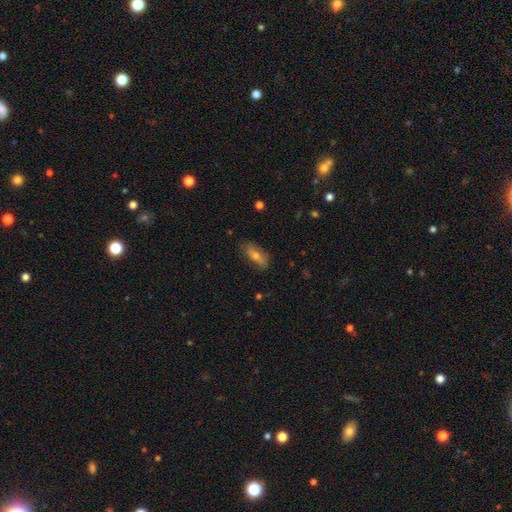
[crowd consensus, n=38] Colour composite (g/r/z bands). It shows a smooth galaxy with no disk features (63%) that is in between round and cigar-shaped (50%). Merging: none (78%).